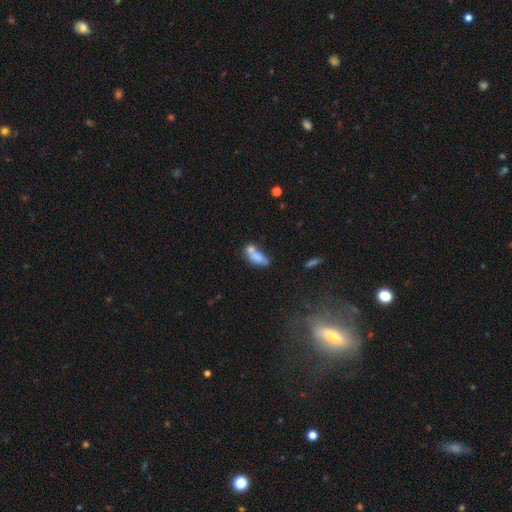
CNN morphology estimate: Q: Smooth or featured?
A: smooth (69%); runner-up: featured or disk (21%)
Q: How rounded?
A: in between (77%); runner-up: cigar-shaped (18%)
Q: Merging?
A: merger (48%); runner-up: none (28%)